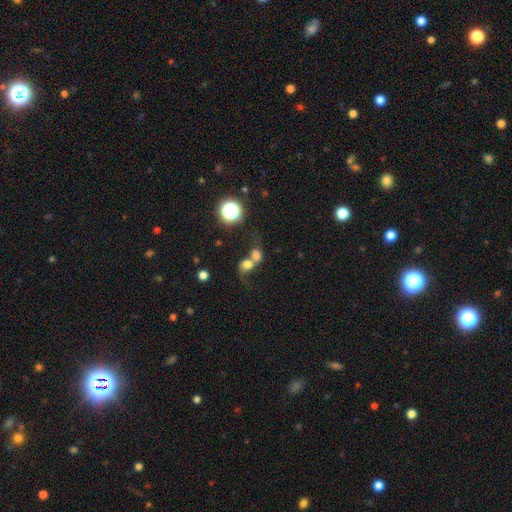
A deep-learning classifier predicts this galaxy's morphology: The model was most divided on "how rounded": round: 60%, in between: 38%, cigar-shaped: 2%. More confident: merging — merger (68%); smooth or featured — smooth (66%).